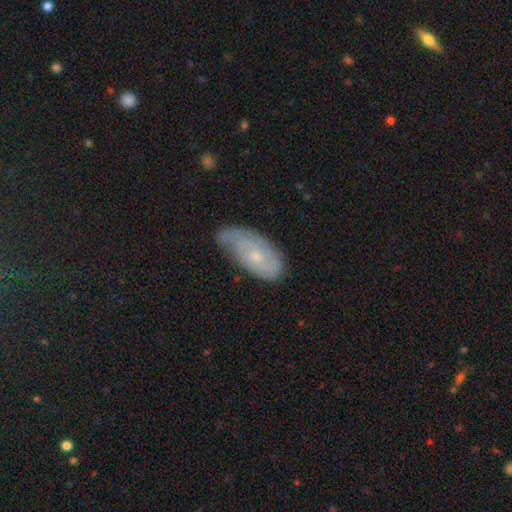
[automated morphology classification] A featured or disk galaxy (57%) with no bar (78%), spiral arms (78%) and a small central bulge (62%).

Vote fractions:
- Smooth or featured? featured or disk: 57% / smooth: 35% / star or artifact: 7%
- Edge-on disk? no: 91% / yes: 9%
- Bar? no: 78% / weak: 19% / strong: 3%
- Spiral arms? yes: 78% / no: 22%
- Bulge size? small: 62% / moderate: 32% / none: 3% / large: 2% / dominant: 1%
- Merging? none: 54% / minor disturbance: 34% / major disturbance: 9% / merger: 2%